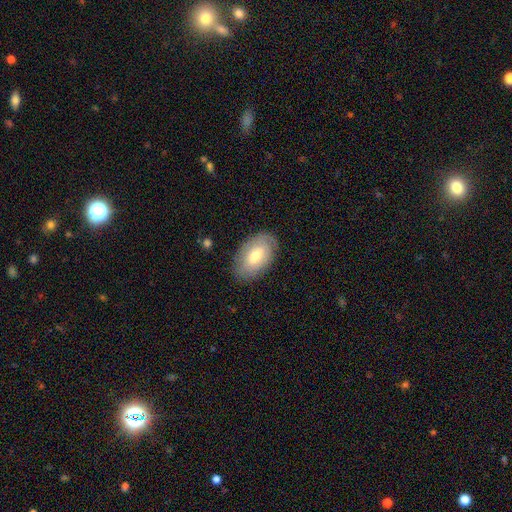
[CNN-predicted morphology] type=smooth (59%); roundness=in between (93%); merging=none (83%).